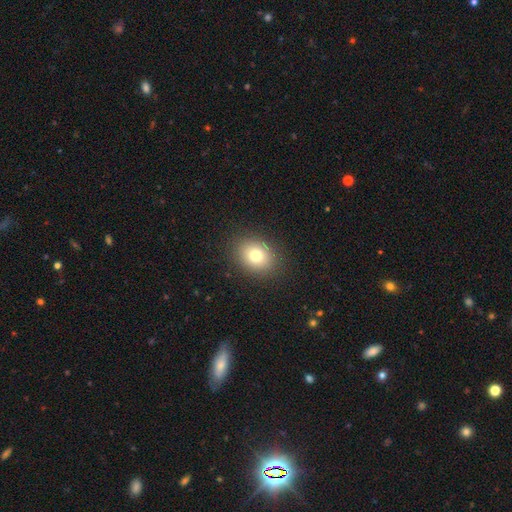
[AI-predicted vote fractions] Smooth or featured? smooth (76%)
How rounded? round (54%)
Merging? none (88%)